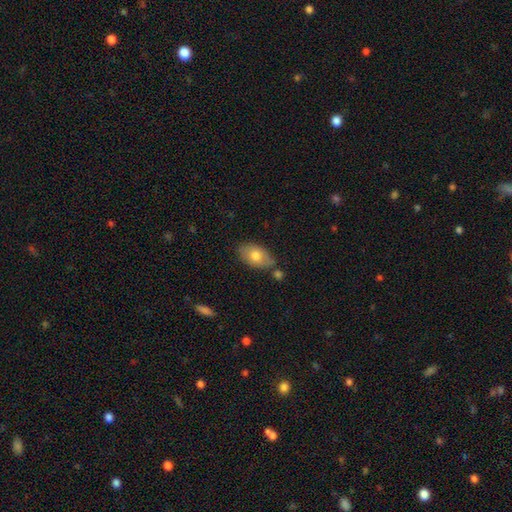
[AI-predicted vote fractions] Smooth or featured? Predicted: smooth (p=0.74). How rounded? Predicted: in between (p=0.90). Merging? Predicted: none (p=0.70).